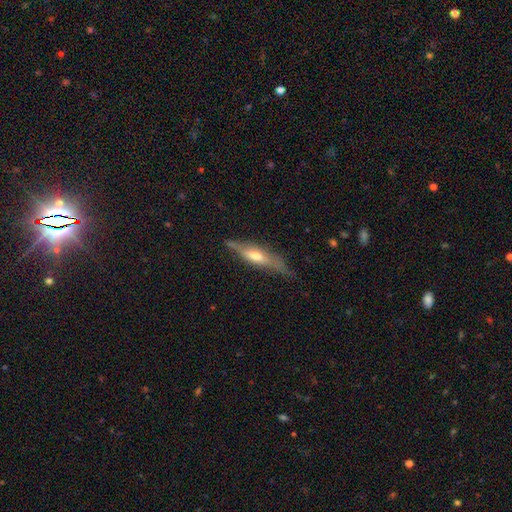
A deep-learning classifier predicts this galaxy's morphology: A featured or disk galaxy (62%) viewed edge-on (90%) with a rounded central bulge (79%). Merging: none (77%).